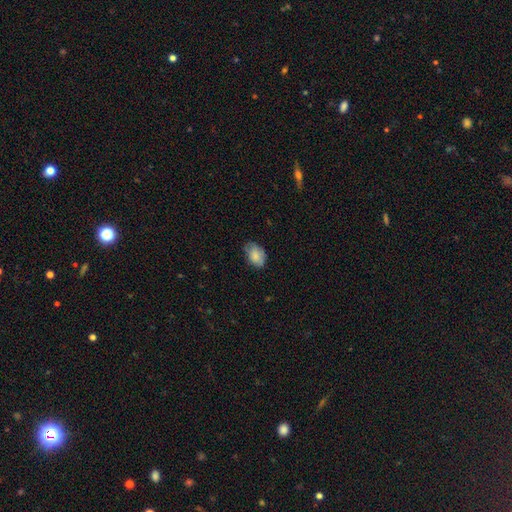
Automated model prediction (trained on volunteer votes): smooth_or_featured: smooth (p=0.82) [alt: featured or disk p=0.11]
how_rounded: in between (p=0.86) [alt: round p=0.13]
merging: none (p=0.67) [alt: minor disturbance p=0.27]